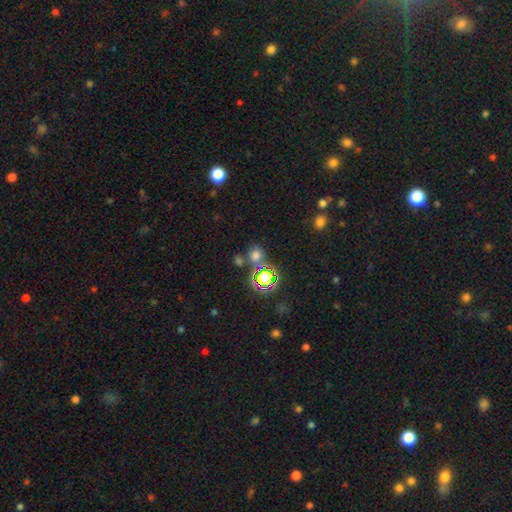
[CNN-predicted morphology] Q: Smooth or featured?
A: smooth (63%); runner-up: star or artifact (30%)
Q: How rounded?
A: round (80%); runner-up: in between (18%)
Q: Merging?
A: none (71%); runner-up: merger (16%)